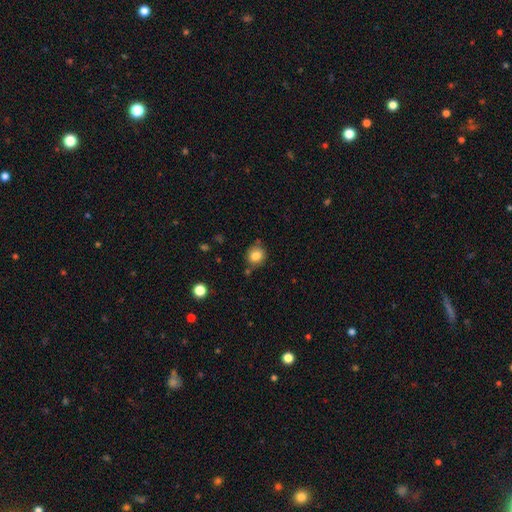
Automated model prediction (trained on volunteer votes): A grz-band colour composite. It shows a smooth galaxy with no disk features (83%) that is round (77%). Merging: none (75%).